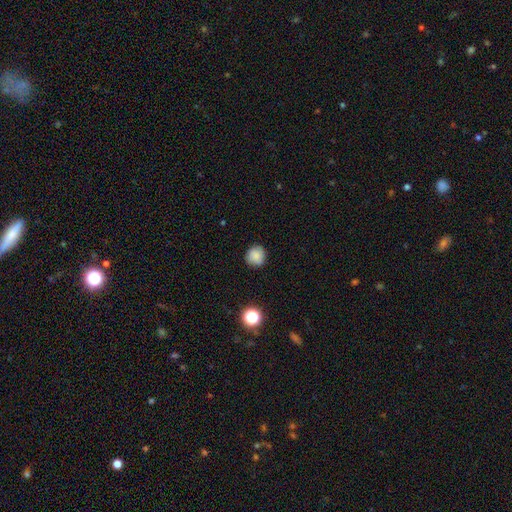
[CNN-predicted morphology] This appears to be a smooth galaxy with no disk features (76%) that is round (90%). Merging: none (84%).